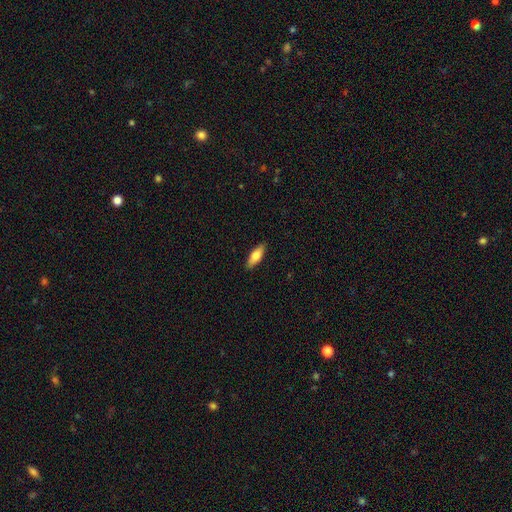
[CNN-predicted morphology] This appears to be a smooth galaxy with no disk features (74%) that is in between round and cigar-shaped (60%). Merging: none (89%).